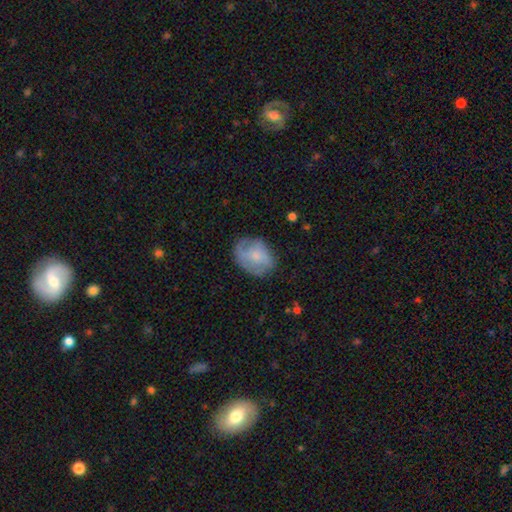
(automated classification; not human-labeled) The model was most divided on "smooth or featured": smooth: 49%, featured or disk: 44%, star or artifact: 7%. More confident: merging — none (62%).